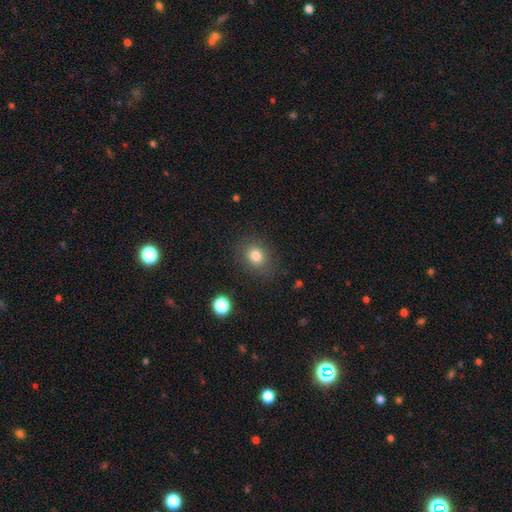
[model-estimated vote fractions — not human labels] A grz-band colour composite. It shows a smooth galaxy with no disk features (80%) that is round (65%). Merging: none (82%).